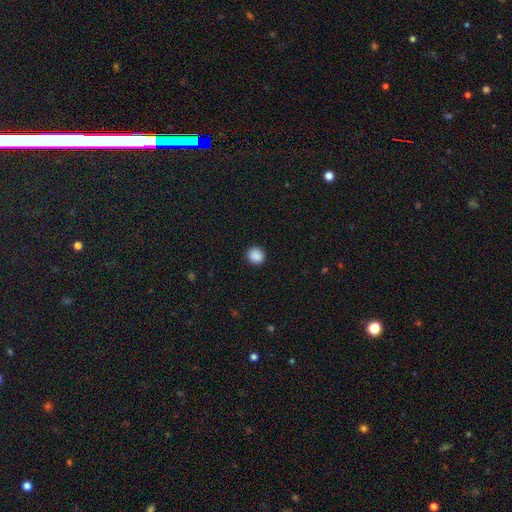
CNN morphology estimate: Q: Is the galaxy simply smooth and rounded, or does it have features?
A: smooth — 89%.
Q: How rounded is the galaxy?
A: round — 84%.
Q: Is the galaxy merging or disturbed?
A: none — 91%.